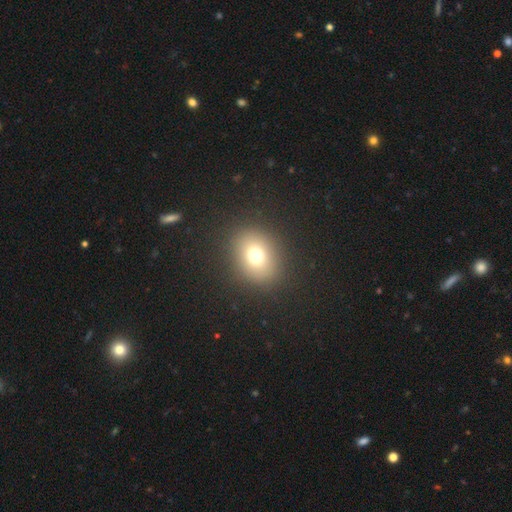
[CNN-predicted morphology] smooth-or-featured: smooth: 73% | star or artifact: 16% | featured or disk: 11%
  how-rounded: round: 61% | in between: 38% | cigar-shaped: 1%
  merging: none: 89% | minor disturbance: 7% | major disturbance: 4% | merger: 1%